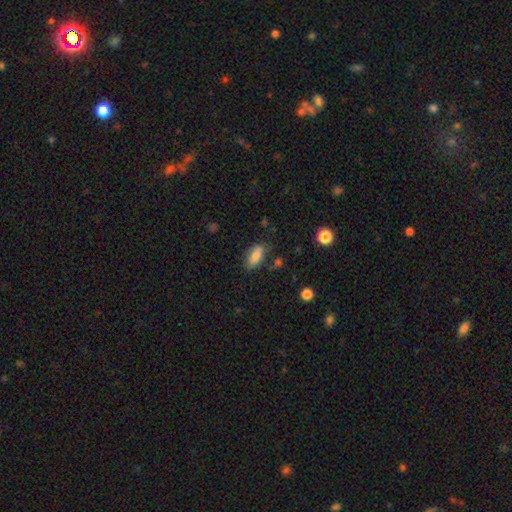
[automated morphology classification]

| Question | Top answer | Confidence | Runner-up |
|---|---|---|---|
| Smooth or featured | smooth | 79% | featured or disk (13%) |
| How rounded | in between | 86% | cigar-shaped (11%) |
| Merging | none | 68% | minor disturbance (22%) |